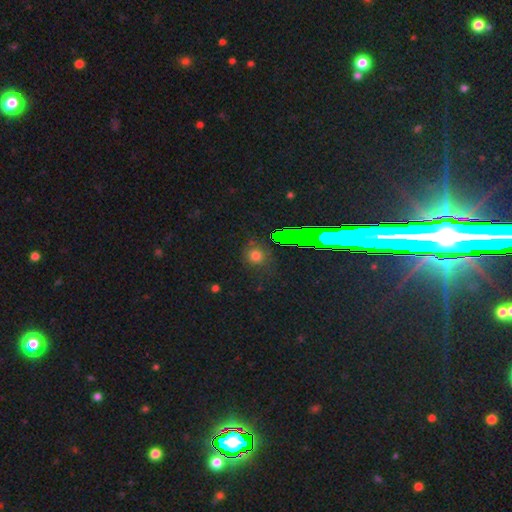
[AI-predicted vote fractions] Smooth or featured?
  - smooth: 62% *
  - star or artifact: 28%
  - featured or disk: 10%
How rounded?
  - round: 87% *
  - in between: 11%
  - cigar-shaped: 2%
Merging?
  - none: 82% *
  - minor disturbance: 10%
  - major disturbance: 5%
  - merger: 2%